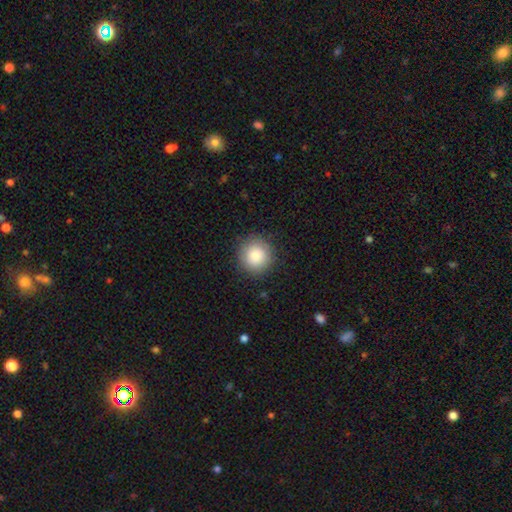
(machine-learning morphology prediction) type=smooth (85%); roundness=round (94%); merging=none (89%).